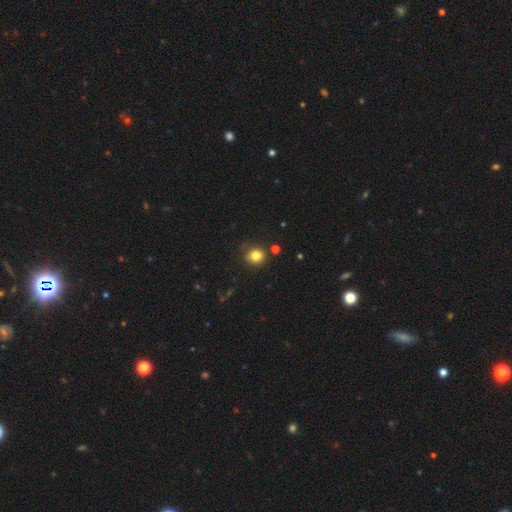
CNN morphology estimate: smooth 81%, star or artifact 12%, featured or disk 7%. Down the decision tree: how rounded — round (84%); merging — none (78%).